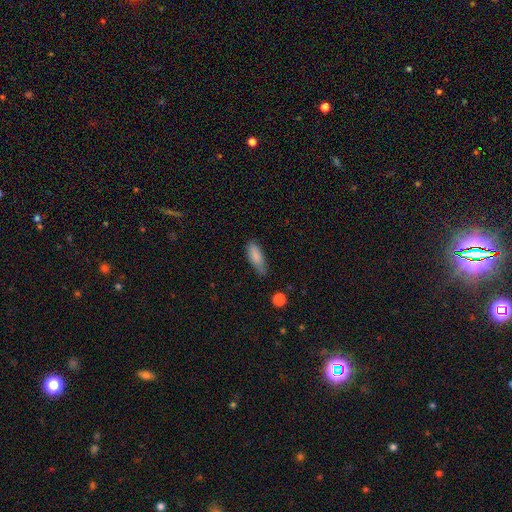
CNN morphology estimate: smooth 83%, featured or disk 10%, star or artifact 7%. Down the decision tree: how rounded — in between (68%); merging — none (61%).